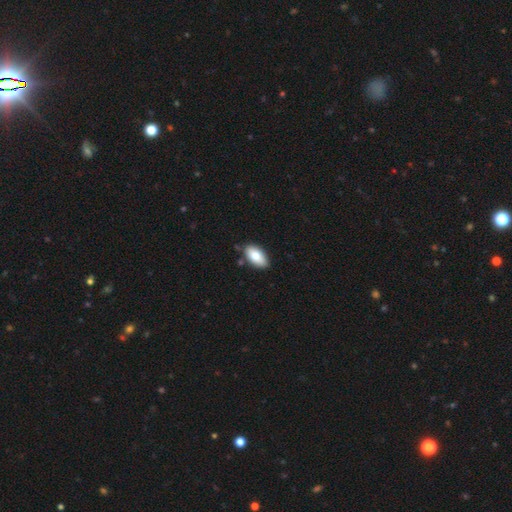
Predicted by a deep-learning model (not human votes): smooth-or-featured: smooth: 80% | featured or disk: 14% | star or artifact: 7%
  how-rounded: in between: 94% | cigar-shaped: 3% | round: 3%
  merging: none: 81% | minor disturbance: 13% | merger: 3% | major disturbance: 2%